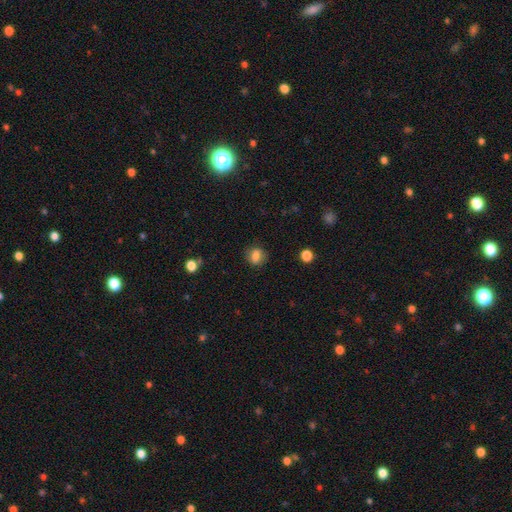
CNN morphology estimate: smooth 80%, star or artifact 10%, featured or disk 9%. Down the decision tree: how rounded — round (52%); merging — none (81%).